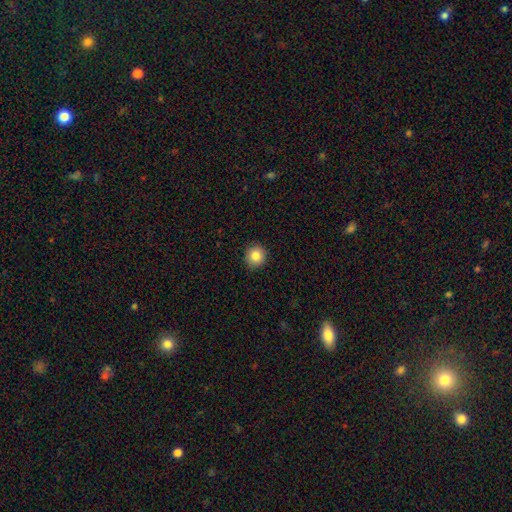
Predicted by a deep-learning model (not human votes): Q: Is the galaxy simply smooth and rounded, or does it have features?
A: smooth — 84%.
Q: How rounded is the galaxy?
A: round — 90%.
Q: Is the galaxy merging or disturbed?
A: none — 92%.